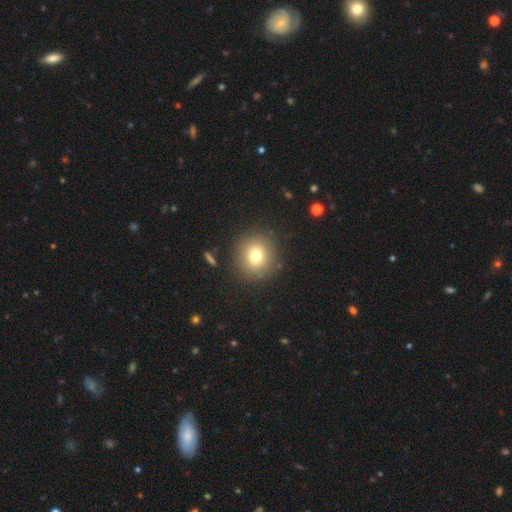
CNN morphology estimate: This is likely a smooth galaxy (76%). How rounded: clearly round (87%). Merging: clearly none (87%).